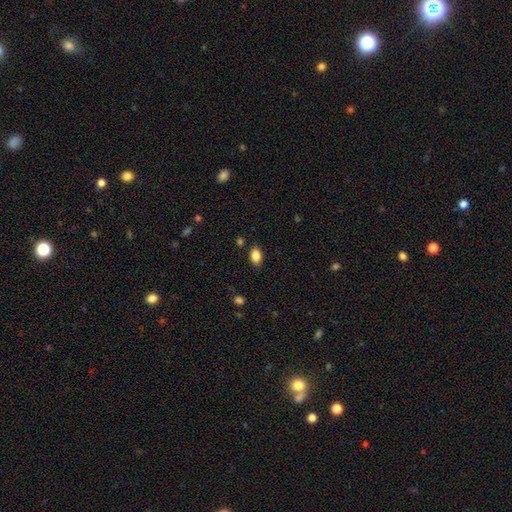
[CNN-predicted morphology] A smooth galaxy with no disk features (87%) that is in between round and cigar-shaped (86%). Merging: none (85%).